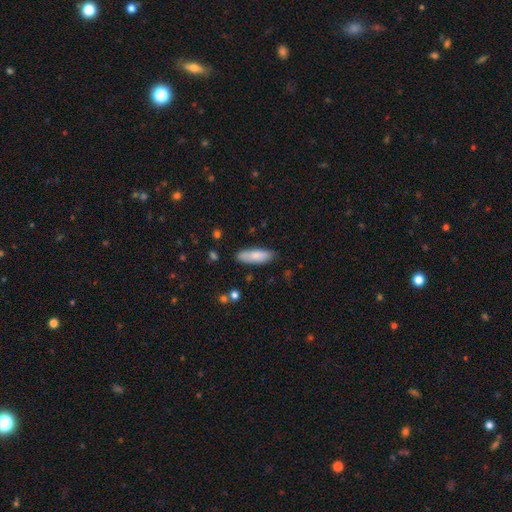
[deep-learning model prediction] Morphology: type=smooth (82%); roundness=in between (57%); merging=none (83%).